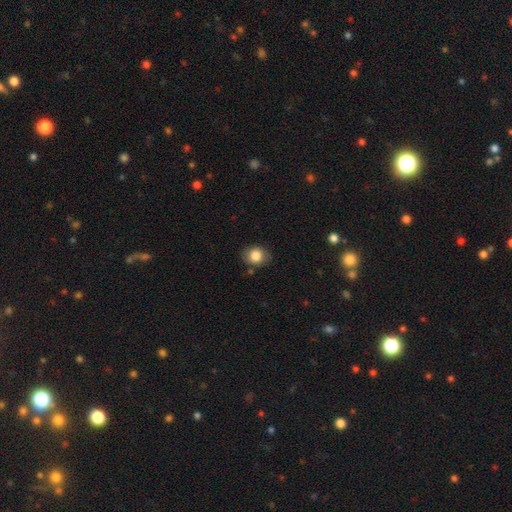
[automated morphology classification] Smooth or featured: smooth — 83% (star or artifact — 9%)
How rounded: round — 63% (in between — 36%)
Merging: none — 82% (minor disturbance — 13%)